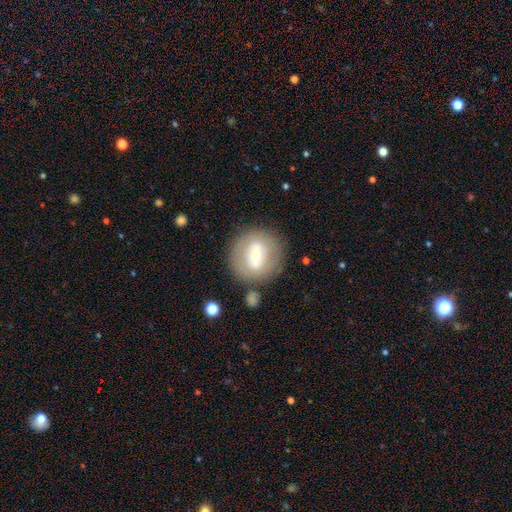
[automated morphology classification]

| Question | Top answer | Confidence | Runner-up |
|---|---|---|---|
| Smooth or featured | featured or disk | 48% | smooth (44%) |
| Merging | none | 77% | minor disturbance (11%) |